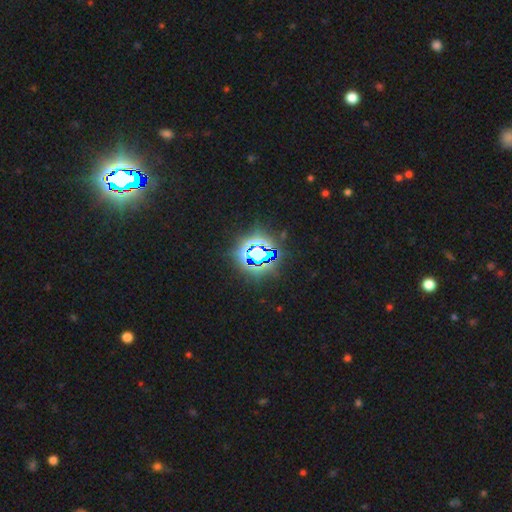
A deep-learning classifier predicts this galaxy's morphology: This appears to be a star or artifact, not a galaxy (78%).